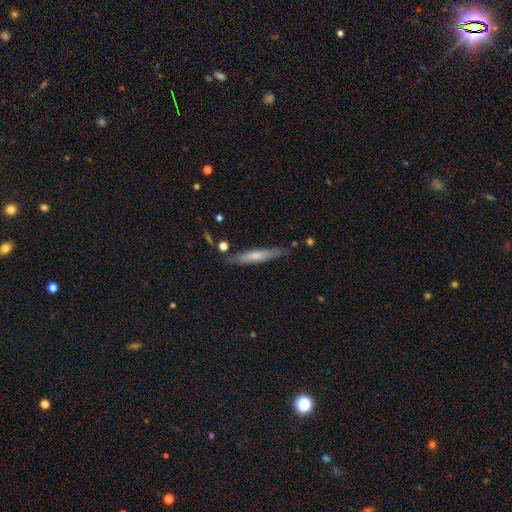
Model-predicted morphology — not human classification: type=smooth (59%); roundness=cigar-shaped (89%); merging=none (78%).